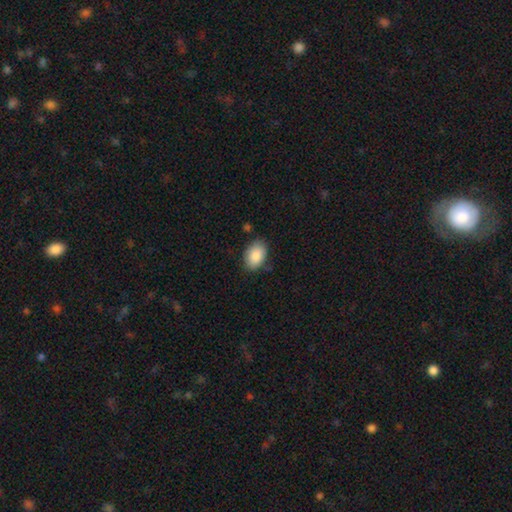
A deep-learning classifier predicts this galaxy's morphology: Smooth or featured? smooth (89%)
How rounded? in between (89%)
Merging? none (79%)